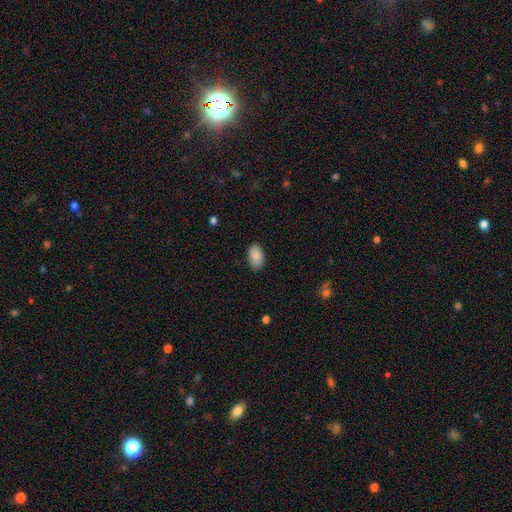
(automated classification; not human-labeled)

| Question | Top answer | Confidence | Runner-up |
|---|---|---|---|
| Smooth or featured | smooth | 85% | featured or disk (8%) |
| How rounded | in between | 94% | round (5%) |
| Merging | none | 85% | minor disturbance (11%) |